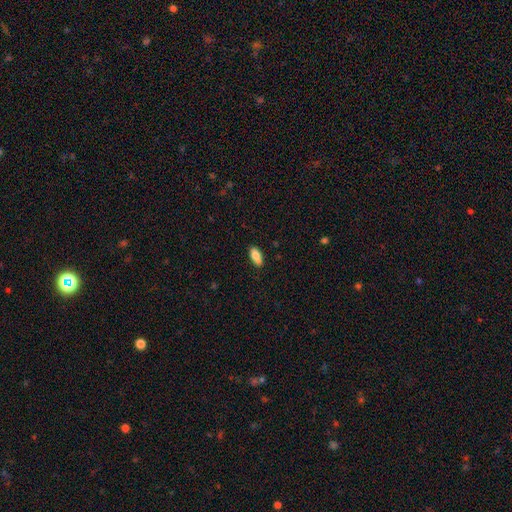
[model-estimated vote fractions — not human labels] The model was most divided on "smooth or featured": smooth: 82%, featured or disk: 11%, star or artifact: 7%. More confident: how rounded — in between (86%); merging — none (84%).